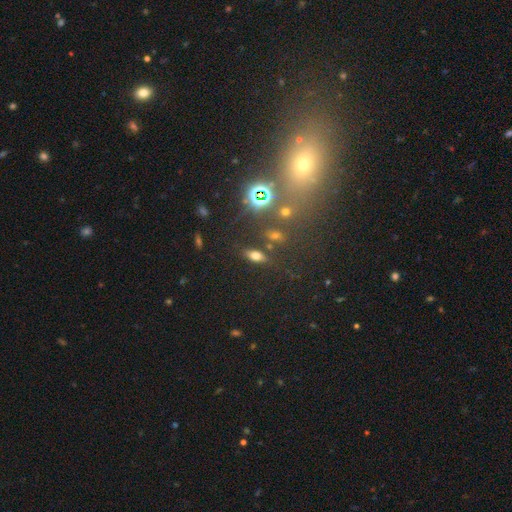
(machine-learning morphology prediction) Overall: smooth (60%; star or artifact 23%). How rounded: in between (75%). Merging: none (80%).